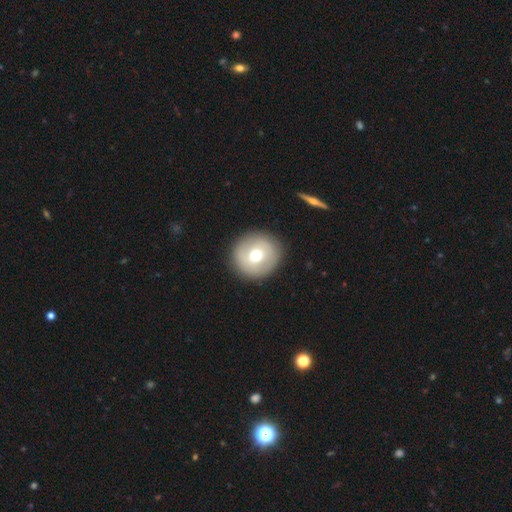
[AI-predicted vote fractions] A smooth galaxy with no disk features (64%) that is round (93%). Merging: none (89%).